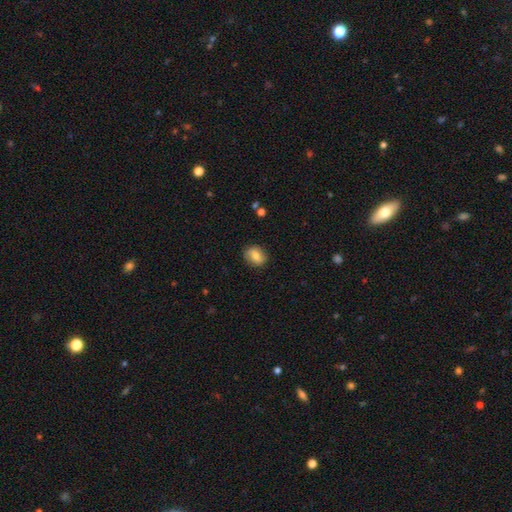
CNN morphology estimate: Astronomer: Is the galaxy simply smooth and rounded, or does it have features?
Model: smooth — 75%.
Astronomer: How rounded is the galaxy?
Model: round — 54% (runner-up: in between, 44%).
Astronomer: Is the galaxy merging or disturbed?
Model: none — 86%.